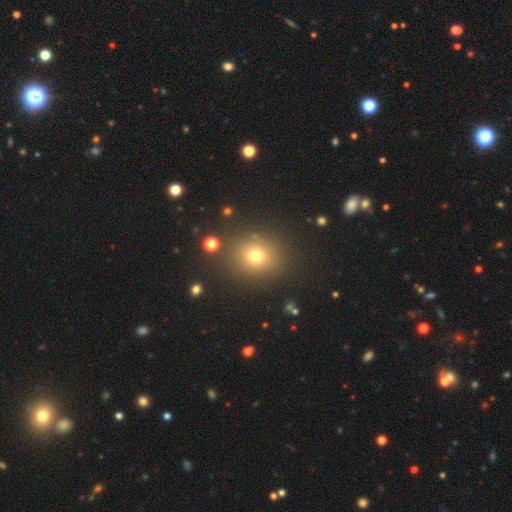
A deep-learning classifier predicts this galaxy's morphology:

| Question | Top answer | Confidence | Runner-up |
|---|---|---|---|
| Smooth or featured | smooth | 70% | star or artifact (22%) |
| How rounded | round | 74% | in between (25%) |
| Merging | none | 87% | minor disturbance (8%) |